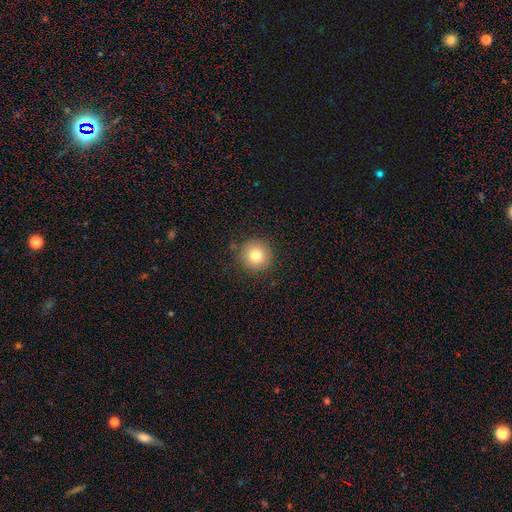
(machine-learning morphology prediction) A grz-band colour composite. It shows a smooth galaxy with no disk features (79%) that is round (94%). Merging: none (87%).